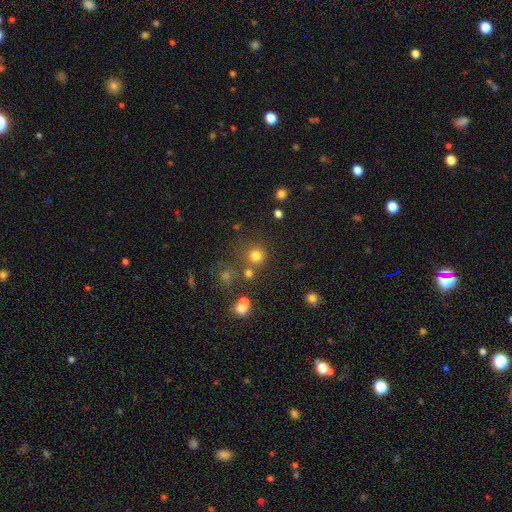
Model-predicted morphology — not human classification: A smooth galaxy with no disk features (76%) that is round (92%).

Vote fractions:
- Smooth or featured? smooth: 76% / star or artifact: 18% / featured or disk: 7%
- How rounded? round: 92% / in between: 7% / cigar-shaped: 1%
- Merging? none: 76% / merger: 11% / minor disturbance: 9% / major disturbance: 4%